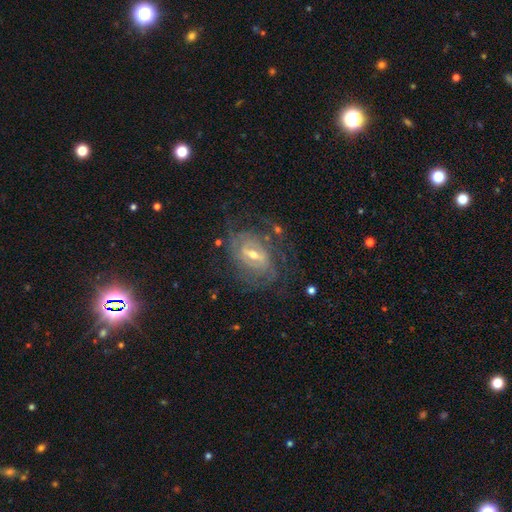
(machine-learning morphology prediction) The model was most divided on "bulge size": small: 52%, moderate: 43%, large: 2%, none: 2%, dominant: 1%. Remaining: edge-on disk — no (94%); spiral arms — yes (85%); smooth or featured — featured or disk (76%); merging — none (66%); spiral winding — tight (59%); spiral arm count — can't tell (51%); bar — weak (49%).